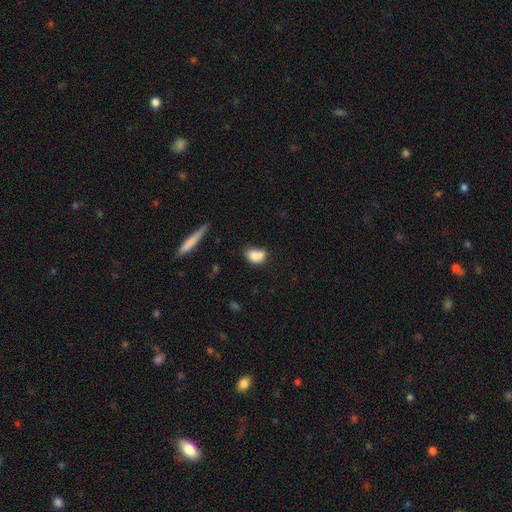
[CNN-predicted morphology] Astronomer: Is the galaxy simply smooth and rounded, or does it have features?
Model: smooth — 78%.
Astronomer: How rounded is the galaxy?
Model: in between — 68%.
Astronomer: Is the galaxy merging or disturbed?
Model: none — 40% (runner-up: merger, 33%).